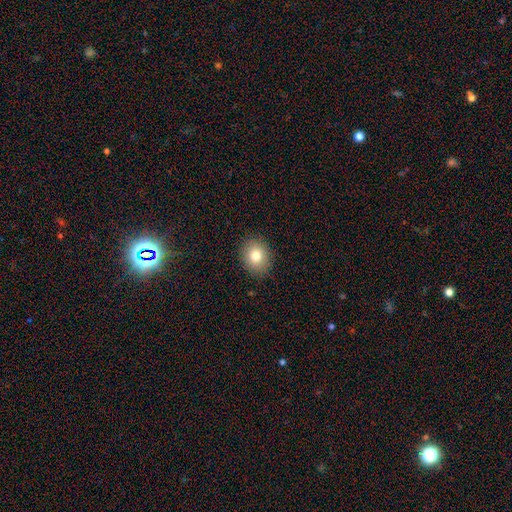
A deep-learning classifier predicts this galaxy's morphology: Smooth or featured: smooth — 80% (star or artifact — 10%)
How rounded: round — 63% (in between — 36%)
Merging: none — 89% (minor disturbance — 8%)